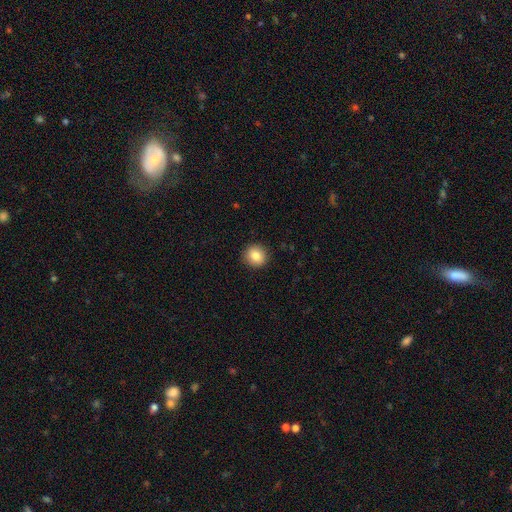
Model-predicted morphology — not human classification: A smooth galaxy with no disk features (83%) that is round (93%). Merging: none (92%).